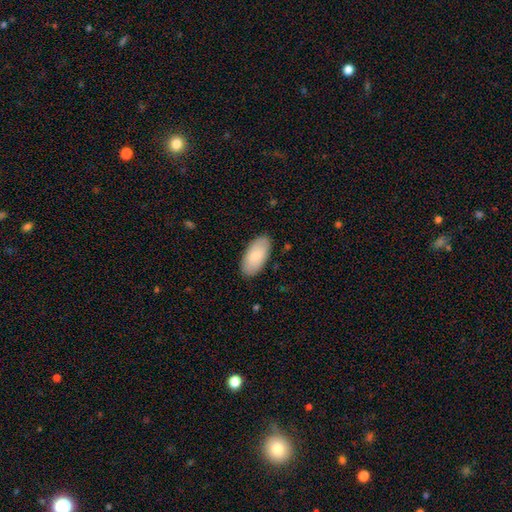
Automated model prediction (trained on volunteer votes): This is clearly a smooth galaxy (83%). How rounded: clearly in between (94%). Merging: clearly none (88%).